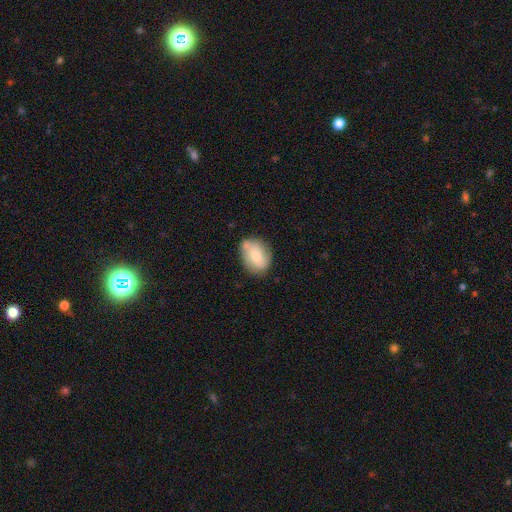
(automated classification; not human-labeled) Overall: smooth (67%). How rounded: in between (69%; round 29%). Merging: none (64%).